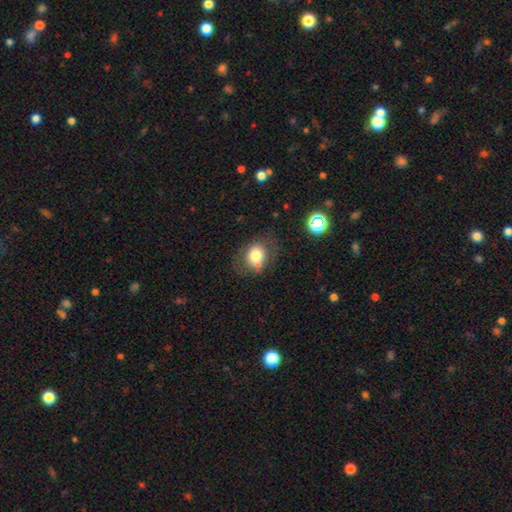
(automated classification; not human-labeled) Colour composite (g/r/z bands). It shows a smooth galaxy with no disk features (70%) that is in between round and cigar-shaped (50%). Merging: none (55%).